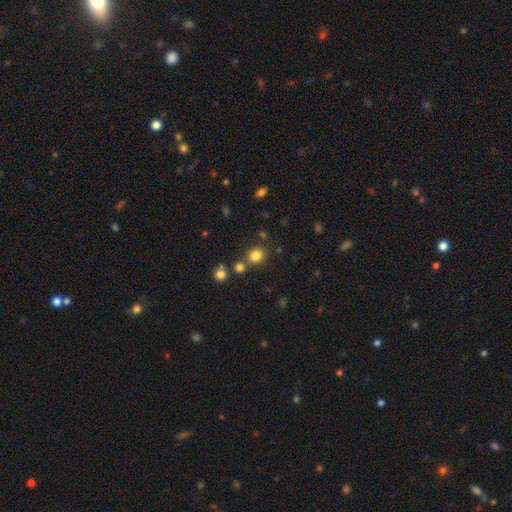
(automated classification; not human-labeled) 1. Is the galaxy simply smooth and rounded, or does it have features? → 82% smooth, 13% star or artifact, 5% featured or disk.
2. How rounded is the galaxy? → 68% round, 31% in between, 1% cigar-shaped.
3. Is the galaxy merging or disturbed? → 75% none, 12% merger, 10% minor disturbance, 3% major disturbance.